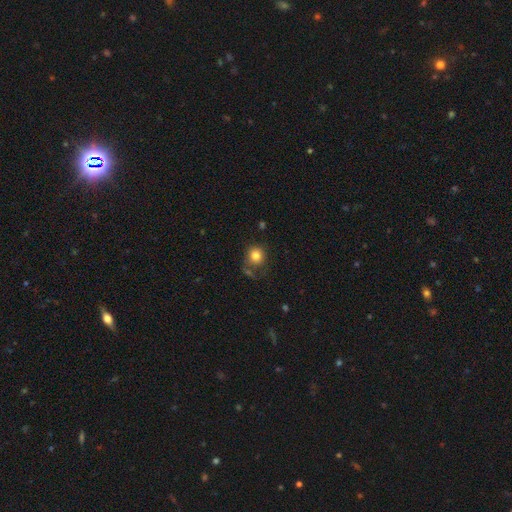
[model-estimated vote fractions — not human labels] smooth-or-featured: smooth: 81% | star or artifact: 11% | featured or disk: 8%
  how-rounded: round: 87% | in between: 12% | cigar-shaped: 1%
  merging: none: 68% | minor disturbance: 17% | major disturbance: 8% | merger: 8%